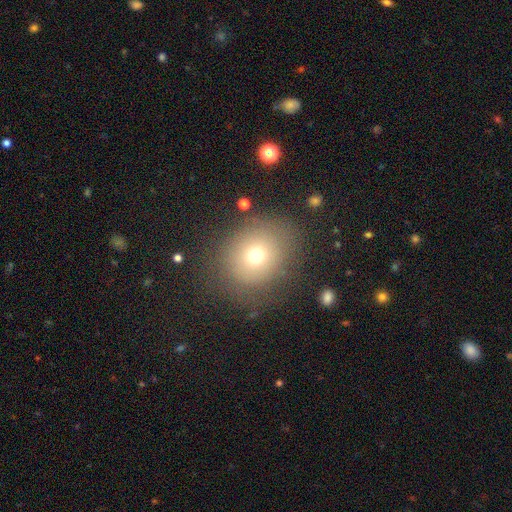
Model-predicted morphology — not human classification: smooth_or_featured: smooth (p=0.69) [alt: star or artifact p=0.16]
how_rounded: round (p=0.73) [alt: in between p=0.26]
merging: none (p=0.75) [alt: minor disturbance p=0.14]